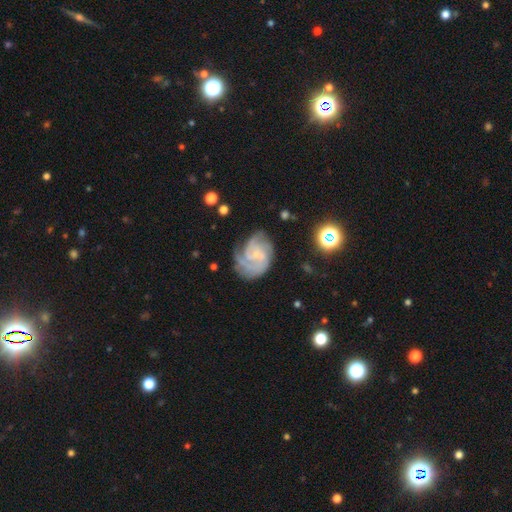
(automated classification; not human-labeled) Morphology: type=featured or disk (78%); edge-on=no (98%); bar=no (60%); spiral arms=yes (93%); winding=tight (49%); arm count=can't tell (30%); bulge=small (53%); merging=none (51%).